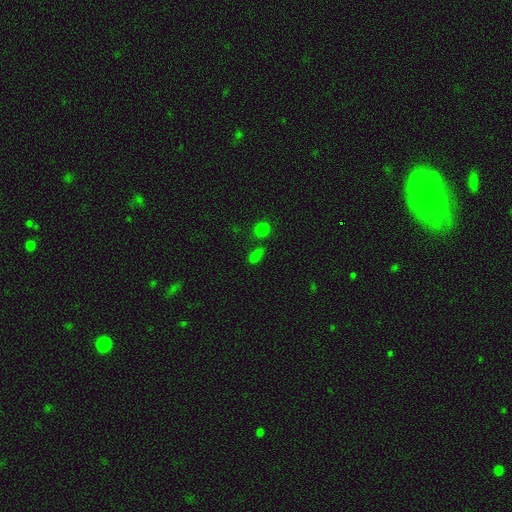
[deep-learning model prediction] Smooth or featured? smooth (67%)
How rounded? in between (68%)
Merging? none (68%)